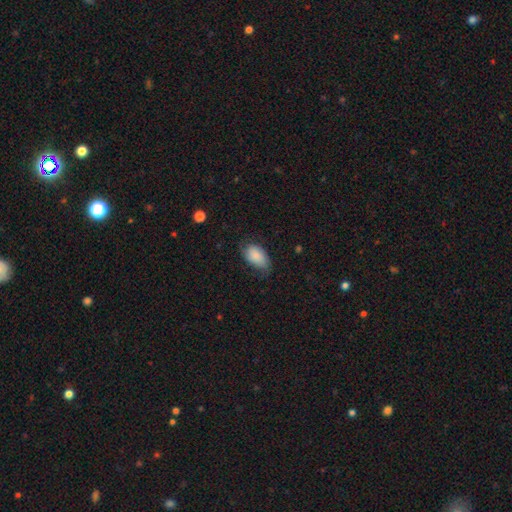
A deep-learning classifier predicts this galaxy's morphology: Smooth or featured? smooth (79%)
How rounded? in between (93%)
Merging? none (56%)